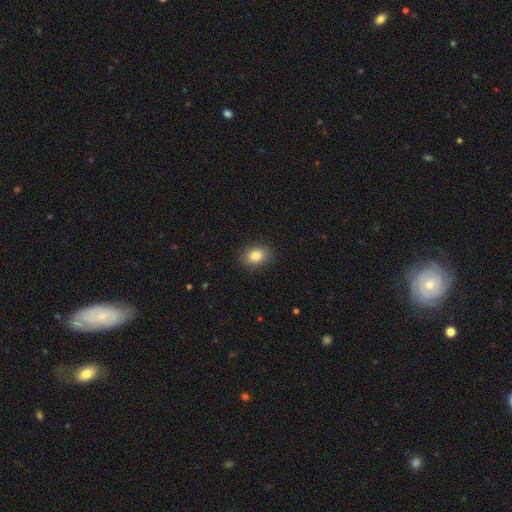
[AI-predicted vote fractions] Morphology: type=smooth (84%); roundness=in between (66%); merging=none (88%).